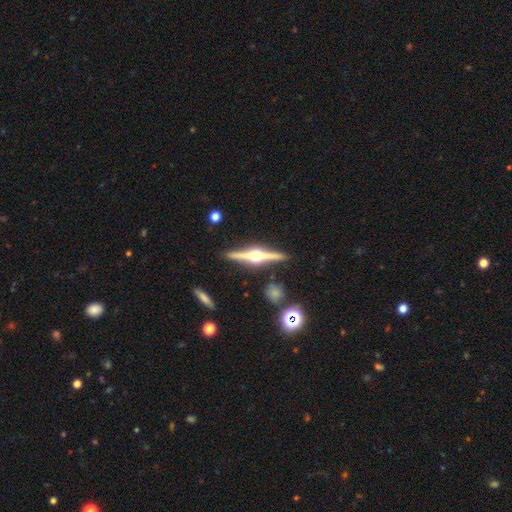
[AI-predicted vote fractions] Smooth or featured: featured or disk — 84% (smooth — 10%)
Edge-on disk: yes — 98% (no — 2%)
Edge-on bulge: rounded — 96% (boxy — 3%)
Merging: none — 89% (minor disturbance — 7%)